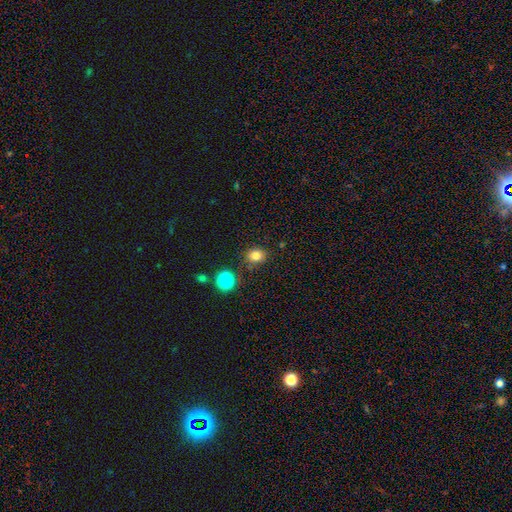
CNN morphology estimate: smooth 80%, star or artifact 14%, featured or disk 6%. Down the decision tree: how rounded — round (70%); merging — none (81%).